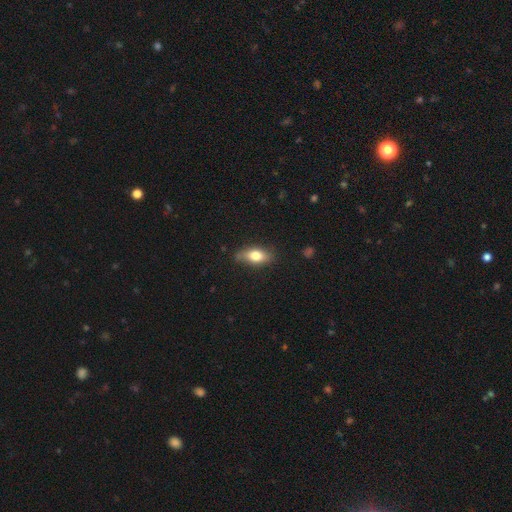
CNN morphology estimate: smooth 73%, featured or disk 19%, star or artifact 7%. Down the decision tree: how rounded — in between (82%); merging — none (75%).